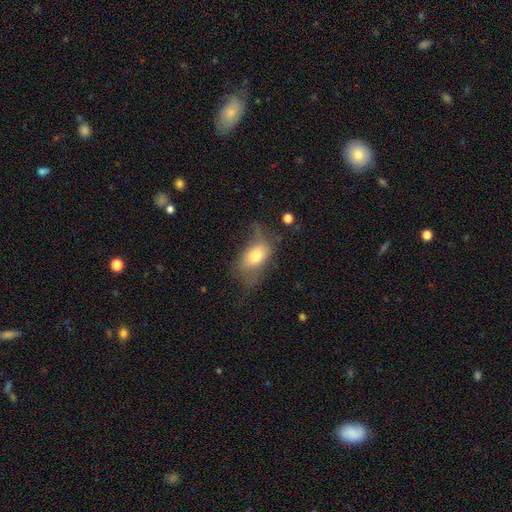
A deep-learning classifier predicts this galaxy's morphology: A smooth galaxy with no disk features (68%) that is in between round and cigar-shaped (88%). Merging: none (36%).